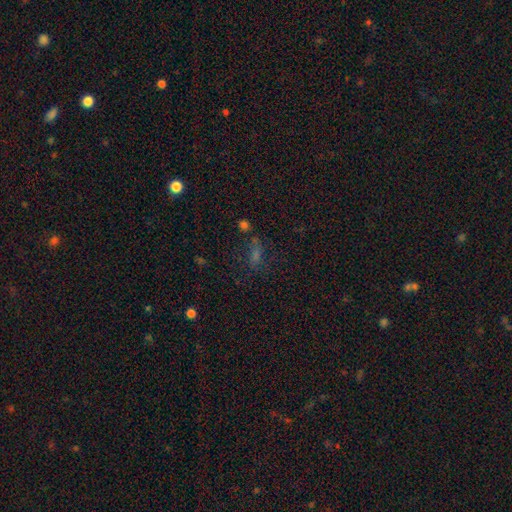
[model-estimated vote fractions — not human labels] A smooth galaxy with no disk features (41%).

Vote fractions:
- Smooth or featured? smooth: 41% / star or artifact: 38% / featured or disk: 21%
- Merging? none: 53% / minor disturbance: 18% / major disturbance: 16% / merger: 12%